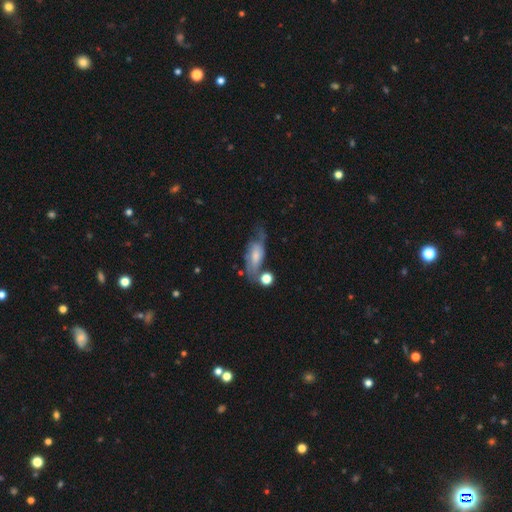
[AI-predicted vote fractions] Q: Smooth or featured?
A: featured or disk (52%); runner-up: smooth (40%)
Q: Edge-on disk?
A: no (82%); runner-up: yes (18%)
Q: Merging?
A: none (41%); runner-up: minor disturbance (26%)